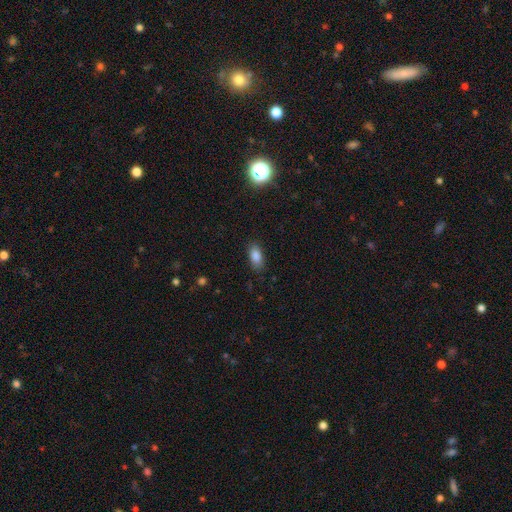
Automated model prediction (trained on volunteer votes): Q: Smooth or featured?
A: smooth (86%); runner-up: star or artifact (9%)
Q: How rounded?
A: in between (89%); runner-up: cigar-shaped (6%)
Q: Merging?
A: none (83%); runner-up: minor disturbance (13%)